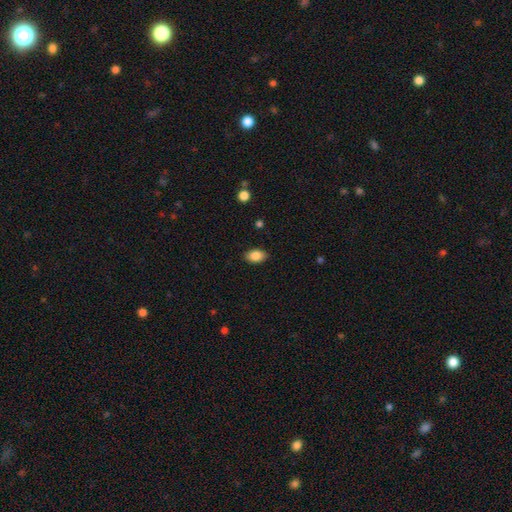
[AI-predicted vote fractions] This appears to be a smooth galaxy with no disk features (86%) that is in between round and cigar-shaped (89%). Merging: none (88%).